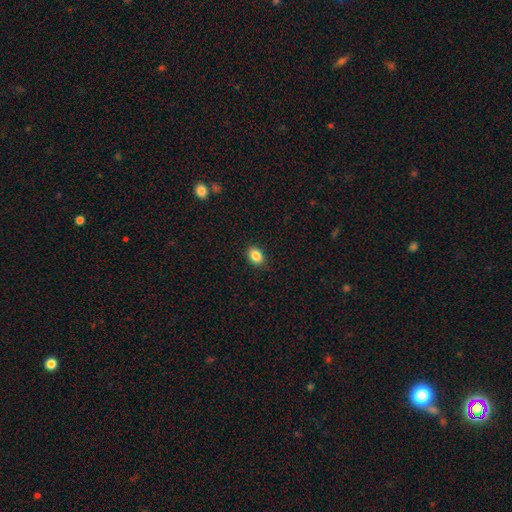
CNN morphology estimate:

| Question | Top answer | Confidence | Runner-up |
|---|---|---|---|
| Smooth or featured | smooth | 86% | star or artifact (9%) |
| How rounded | in between | 76% | round (23%) |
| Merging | none | 89% | minor disturbance (8%) |